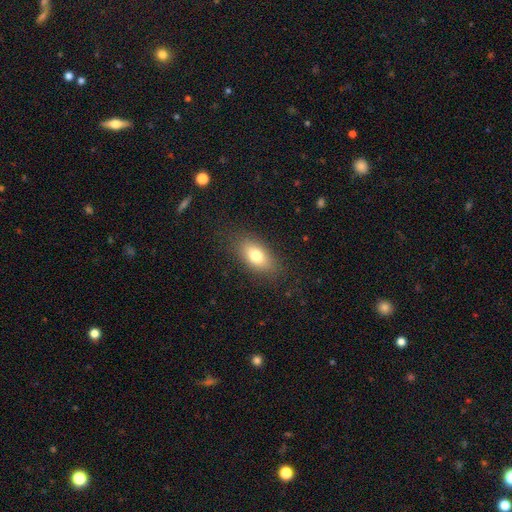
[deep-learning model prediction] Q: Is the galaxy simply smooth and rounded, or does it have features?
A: smooth — 77%.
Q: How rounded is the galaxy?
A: in between — 87%.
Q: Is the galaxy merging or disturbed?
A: none — 83%.